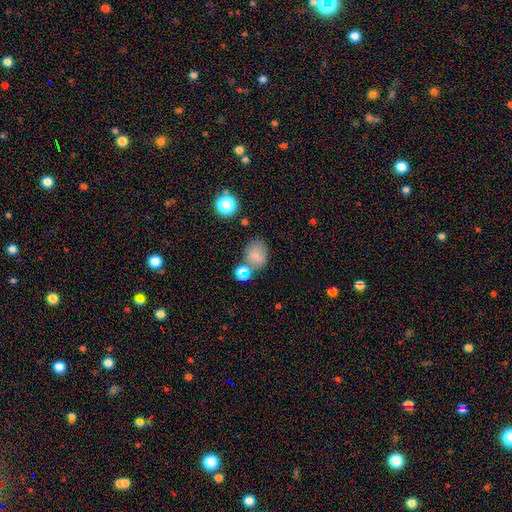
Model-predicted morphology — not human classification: This is likely a smooth galaxy (73%). How rounded: likely in between (64%). Merging: likely none (61%).